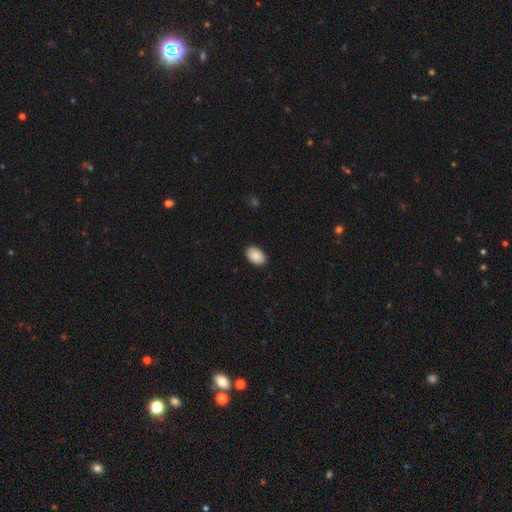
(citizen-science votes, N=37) Smooth or featured: smooth — 100%
How rounded: in between — 95% (round — 5%)
Merging: none — 92% (minor disturbance — 8%)